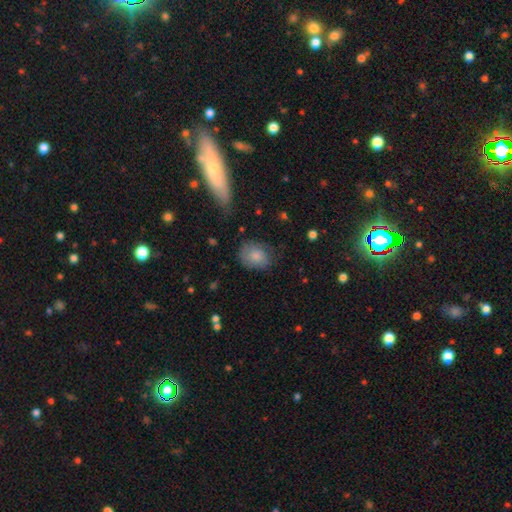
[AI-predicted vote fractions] Q: Smooth or featured?
A: smooth (79%); runner-up: featured or disk (13%)
Q: How rounded?
A: in between (50%); runner-up: round (49%)
Q: Merging?
A: none (63%); runner-up: minor disturbance (26%)